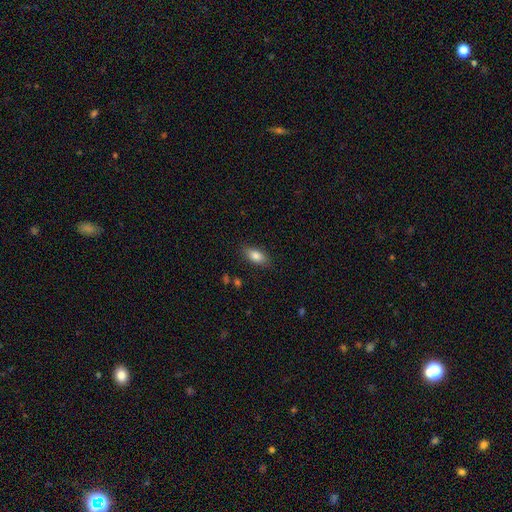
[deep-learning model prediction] smooth-or-featured: smooth: 84% | featured or disk: 9% | star or artifact: 8%
  how-rounded: in between: 87% | cigar-shaped: 8% | round: 5%
  merging: none: 84% | minor disturbance: 11% | major disturbance: 3% | merger: 1%